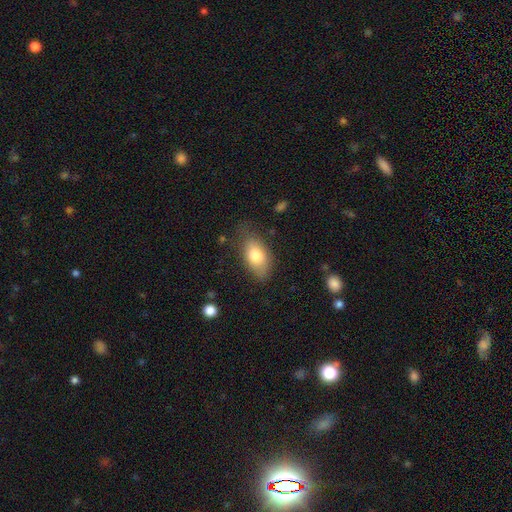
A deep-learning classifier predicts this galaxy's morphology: A smooth galaxy with no disk features (78%) that is in between round and cigar-shaped (90%). Merging: none (71%).